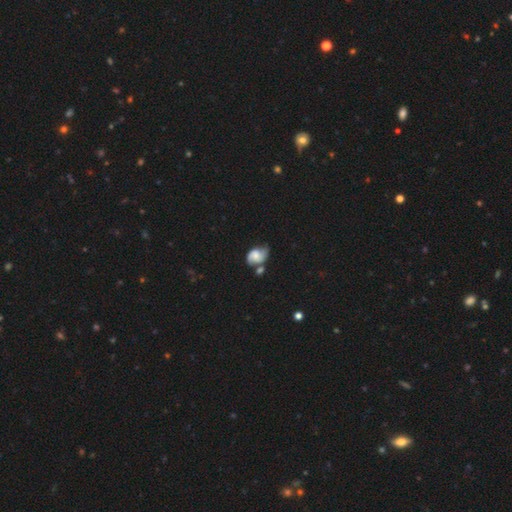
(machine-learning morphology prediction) This appears to be a featured or disk galaxy (61%) with no bar (62%), 2 (81%) medium (44%) spiral arms (90%) and a moderate central bulge (39%). Merging: none (46%).